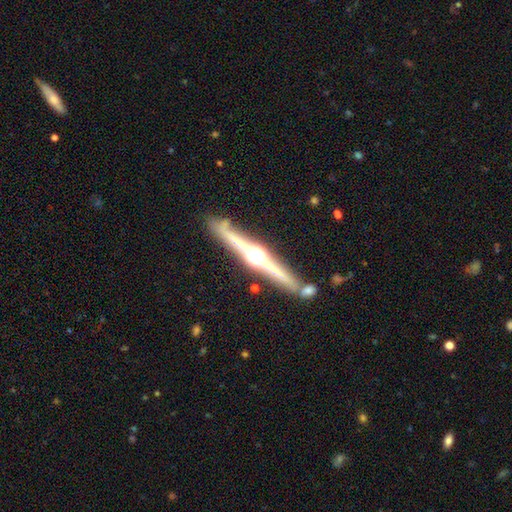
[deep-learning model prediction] Morphology: type=featured or disk (84%); edge-on=yes (98%); edge-on bulge=rounded (93%); merging=none (78%).